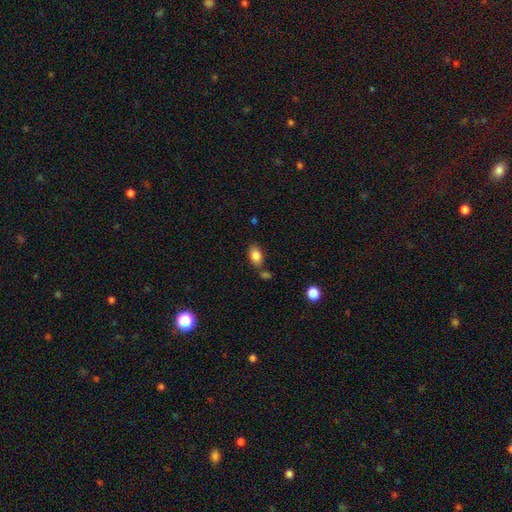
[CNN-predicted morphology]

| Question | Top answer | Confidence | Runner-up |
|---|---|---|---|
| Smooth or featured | smooth | 85% | star or artifact (8%) |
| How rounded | in between | 89% | round (9%) |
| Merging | none | 71% | minor disturbance (13%) |